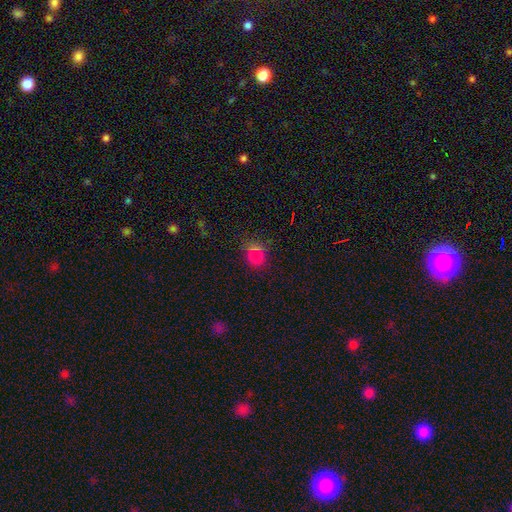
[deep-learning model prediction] Smooth or featured? smooth (68%)
How rounded? round (74%)
Merging? none (80%)